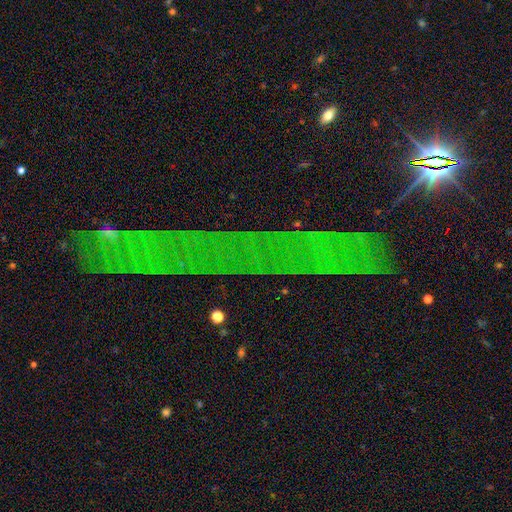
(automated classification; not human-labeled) Morphology: type=star or artifact (73%).